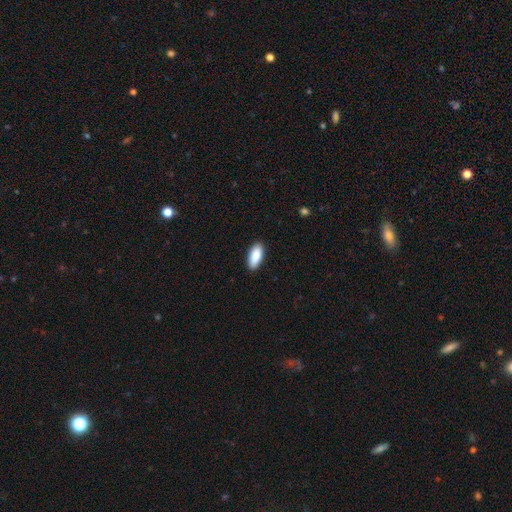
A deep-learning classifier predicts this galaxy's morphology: type=smooth (89%); roundness=in between (85%); merging=none (89%).